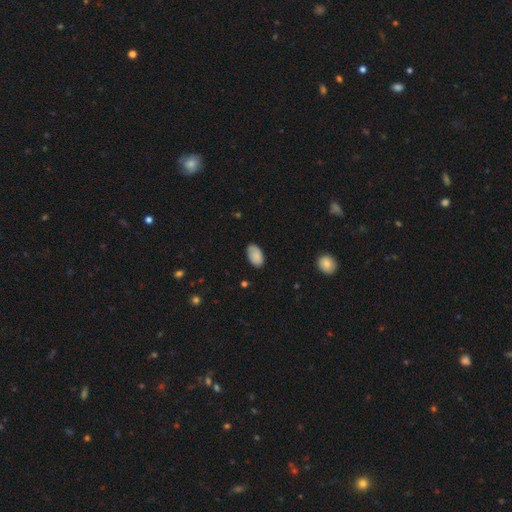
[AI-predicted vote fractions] smooth-or-featured: smooth: 86% | featured or disk: 7% | star or artifact: 7%
  how-rounded: in between: 95% | round: 4% | cigar-shaped: 1%
  merging: none: 80% | minor disturbance: 16% | major disturbance: 3% | merger: 1%